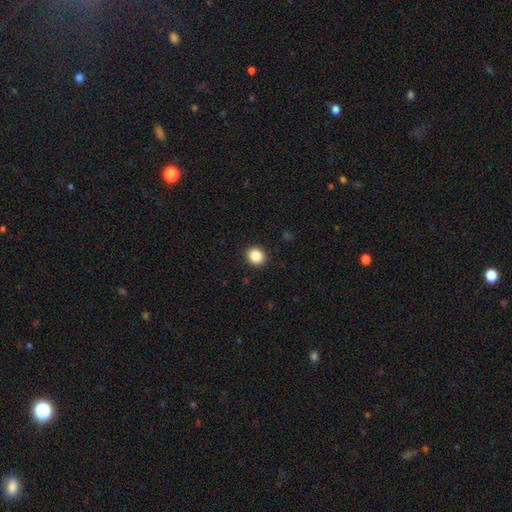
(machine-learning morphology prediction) A smooth galaxy with no disk features (86%) that is round (81%). Merging: none (92%).